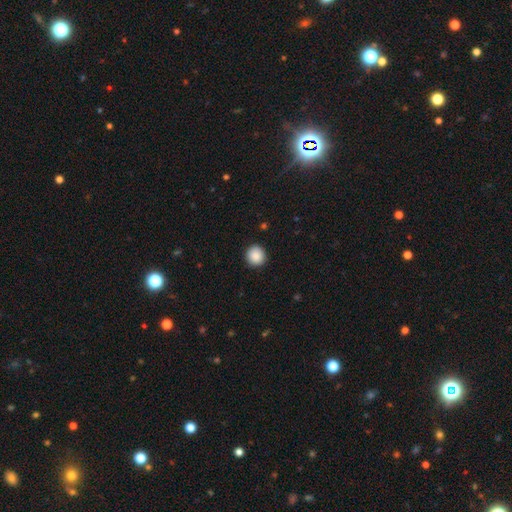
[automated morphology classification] Q: Smooth or featured?
A: smooth (89%); runner-up: star or artifact (8%)
Q: How rounded?
A: round (91%); runner-up: in between (8%)
Q: Merging?
A: none (91%); runner-up: minor disturbance (7%)